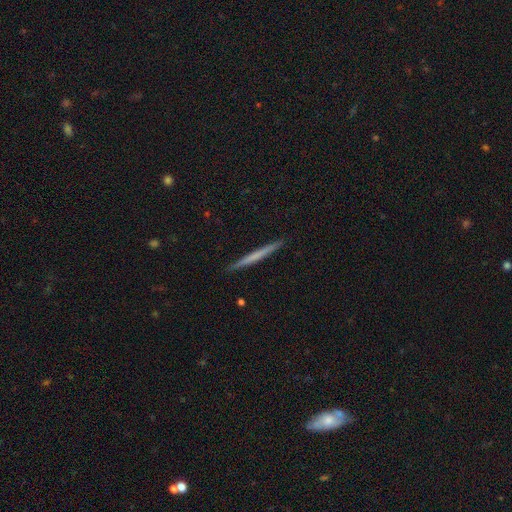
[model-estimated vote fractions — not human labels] The model was most divided on "smooth or featured": smooth: 51%, featured or disk: 44%, star or artifact: 5%. More confident: how rounded — cigar-shaped (97%); merging — none (92%).